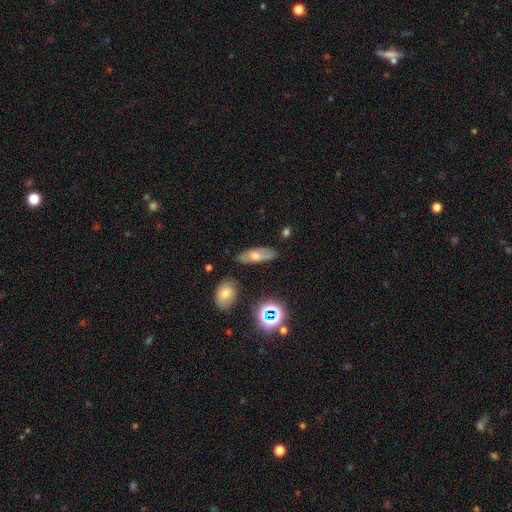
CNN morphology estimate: Q: Smooth or featured?
A: smooth (50%); runner-up: featured or disk (37%)
Q: How rounded?
A: in between (71%); runner-up: cigar-shaped (24%)
Q: Merging?
A: none (79%); runner-up: minor disturbance (14%)